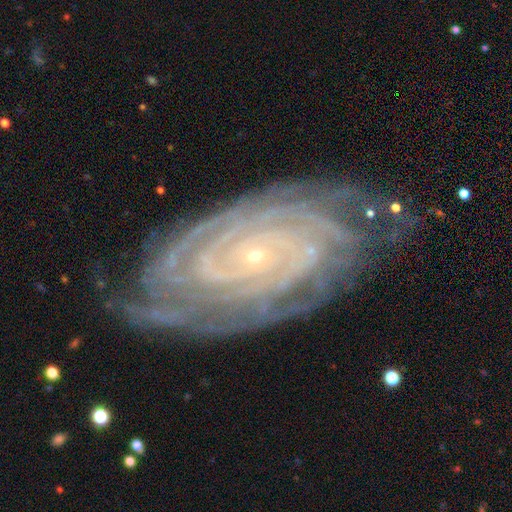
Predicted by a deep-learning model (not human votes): Smooth or featured?
  - featured or disk: 90% *
  - star or artifact: 6%
  - smooth: 4%
Edge-on disk?
  - no: 95% *
  - yes: 5%
Bar?
  - no: 75% *
  - weak: 16%
  - strong: 9%
Spiral arms?
  - yes: 98% *
  - no: 2%
Spiral winding?
  - tight: 86% *
  - medium: 12%
  - loose: 2%
Spiral arm count?
  - more than 4: 23% *
  - can't tell: 22%
  - 4: 19%
  - 2: 14%
  - 3: 13%
  - 1: 8%
Bulge size?
  - small: 89% *
  - moderate: 7%
  - none: 1%
  - large: 1%
  - dominant: 1%
Merging?
  - none: 77% *
  - minor disturbance: 17%
  - major disturbance: 5%
  - merger: 2%